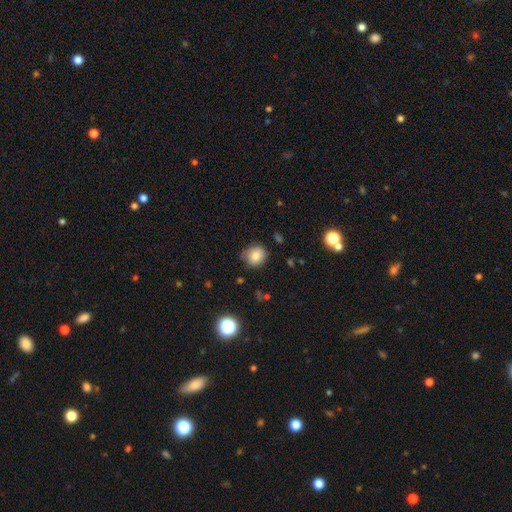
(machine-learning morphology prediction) A smooth galaxy with no disk features (79%) that is round (84%).

Vote fractions:
- Smooth or featured? smooth: 79% / star or artifact: 11% / featured or disk: 10%
- How rounded? round: 84% / in between: 15% / cigar-shaped: 1%
- Merging? none: 76% / minor disturbance: 19% / major disturbance: 4% / merger: 2%